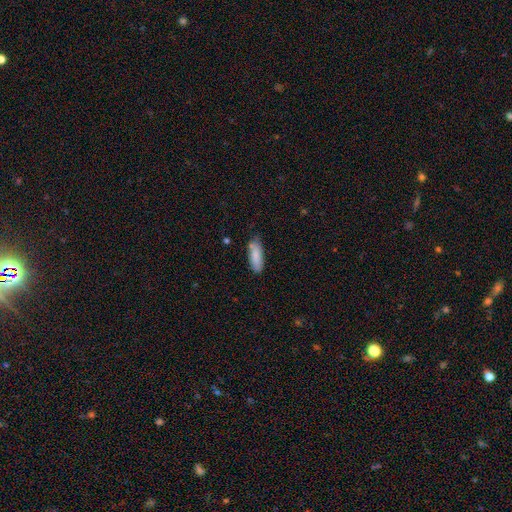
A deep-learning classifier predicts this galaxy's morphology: The model was most divided on "how rounded": in between: 58%, cigar-shaped: 40%, round: 2%. More confident: smooth or featured — smooth (86%); merging — none (71%).